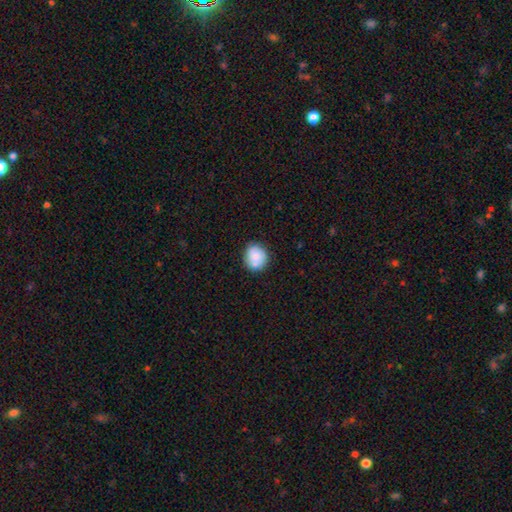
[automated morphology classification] Smooth or featured? smooth (75%)
How rounded? round (79%)
Merging? none (71%)